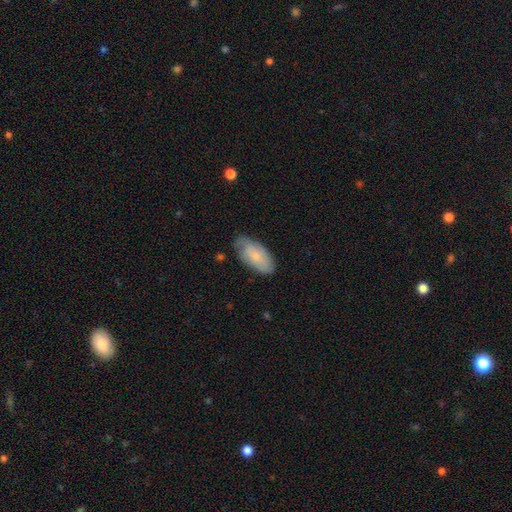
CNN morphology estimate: type=smooth (67%); roundness=in between (91%); merging=none (65%).